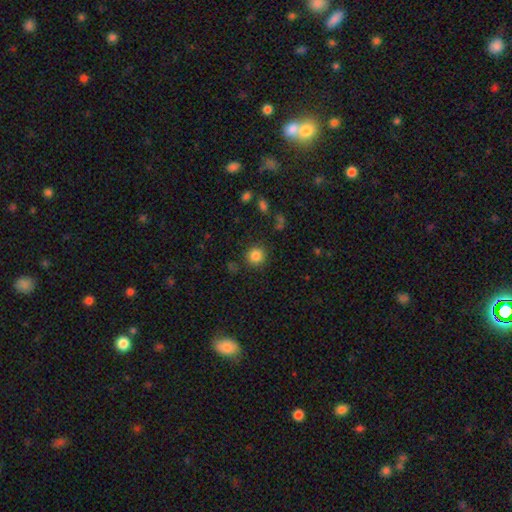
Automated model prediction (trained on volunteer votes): Smooth or featured? Predicted: smooth (p=0.85). How rounded? Predicted: round (p=0.93). Merging? Predicted: none (p=0.88).